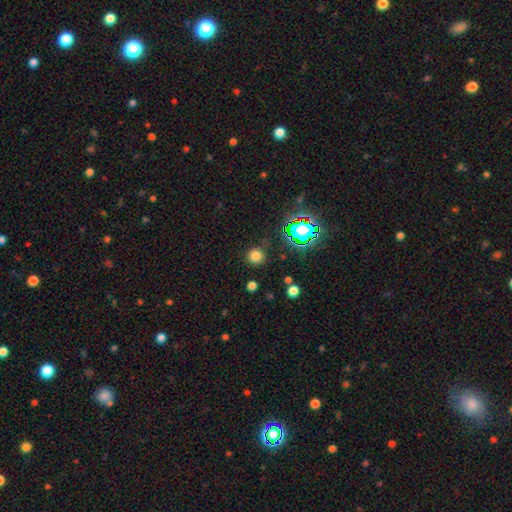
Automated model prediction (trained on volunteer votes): This appears to be a smooth galaxy with no disk features (73%) that is round (93%). Merging: none (86%).